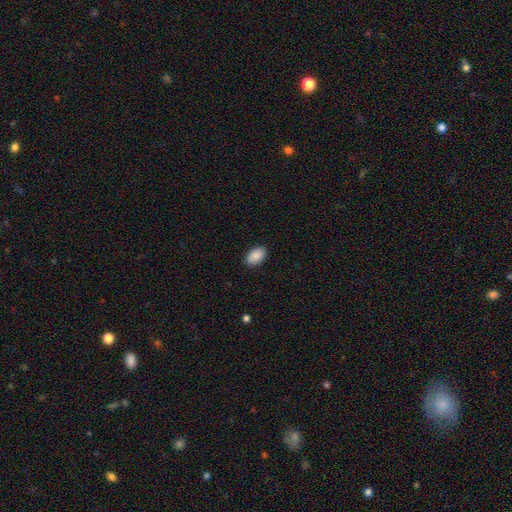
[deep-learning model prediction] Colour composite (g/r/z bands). It shows a smooth galaxy with no disk features (90%) that is in between round and cigar-shaped (93%). Merging: none (89%).